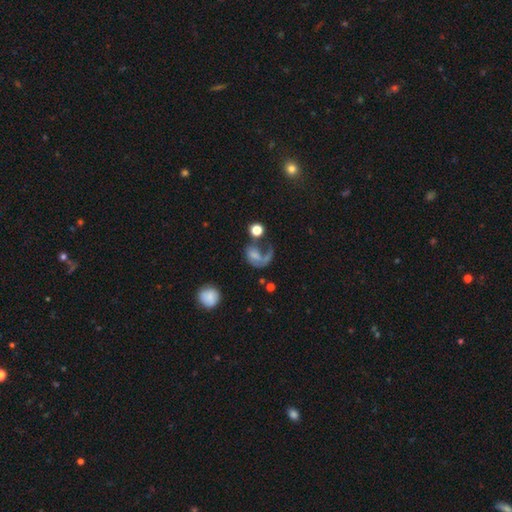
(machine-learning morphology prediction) A featured or disk galaxy (51%).

Vote fractions:
- Smooth or featured? featured or disk: 51% / smooth: 38% / star or artifact: 12%
- Edge-on disk? no: 97% / yes: 3%
- Merging? major disturbance: 50% / none: 24% / merger: 13% / minor disturbance: 13%